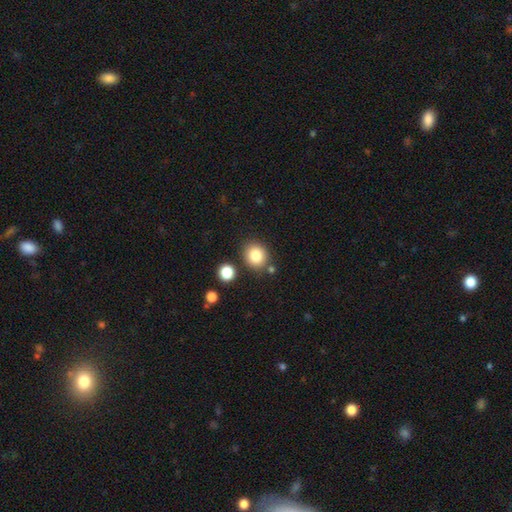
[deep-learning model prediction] Smooth or featured? smooth (83%)
How rounded? round (77%)
Merging? none (80%)